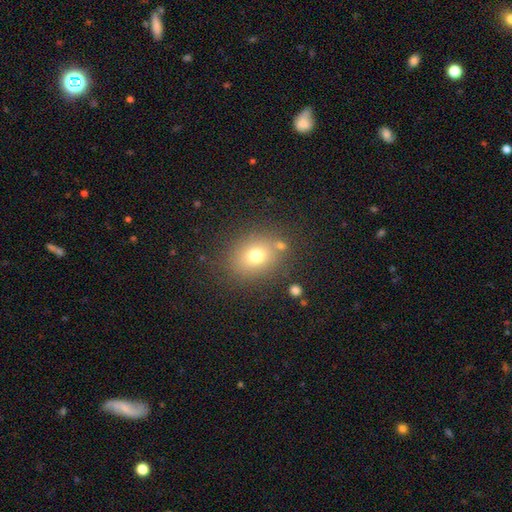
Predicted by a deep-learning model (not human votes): A smooth galaxy with no disk features (73%) that is round (60%). Merging: none (78%).